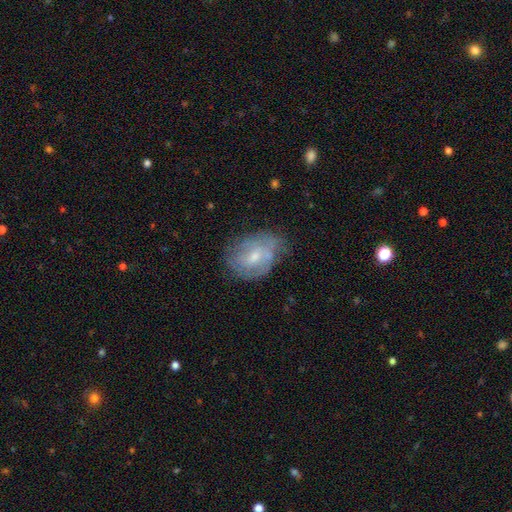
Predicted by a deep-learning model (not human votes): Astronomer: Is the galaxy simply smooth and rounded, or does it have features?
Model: featured or disk — 56% (runner-up: smooth, 36%).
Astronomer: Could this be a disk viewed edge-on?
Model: no — 96%.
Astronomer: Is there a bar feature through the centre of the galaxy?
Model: no — 48% (runner-up: weak, 44%).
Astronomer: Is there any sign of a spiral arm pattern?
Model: yes — 59% (runner-up: no, 41%).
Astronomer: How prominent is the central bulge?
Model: small — 47% (runner-up: moderate, 44%).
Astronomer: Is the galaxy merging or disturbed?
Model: none — 54%.